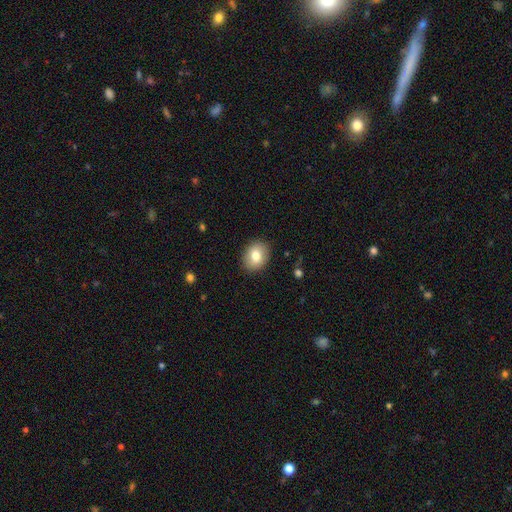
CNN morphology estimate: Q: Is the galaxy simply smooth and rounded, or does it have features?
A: smooth — 80%.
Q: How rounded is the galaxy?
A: in between — 54%.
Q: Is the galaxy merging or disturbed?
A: none — 88%.